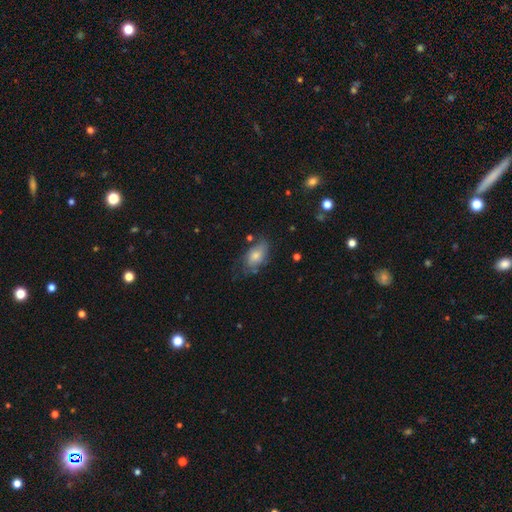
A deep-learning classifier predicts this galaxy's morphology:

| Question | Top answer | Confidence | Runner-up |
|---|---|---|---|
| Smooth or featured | smooth | 67% | featured or disk (25%) |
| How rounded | in between | 91% | round (5%) |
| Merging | none | 54% | minor disturbance (30%) |